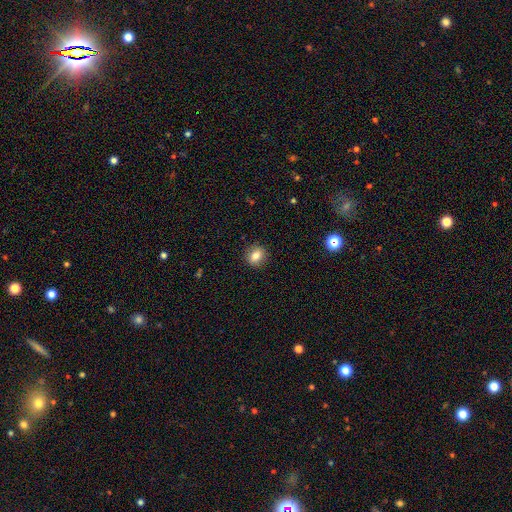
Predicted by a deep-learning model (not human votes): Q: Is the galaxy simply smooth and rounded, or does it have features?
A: smooth — 79%.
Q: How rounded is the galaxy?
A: round — 61%.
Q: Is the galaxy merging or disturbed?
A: none — 89%.